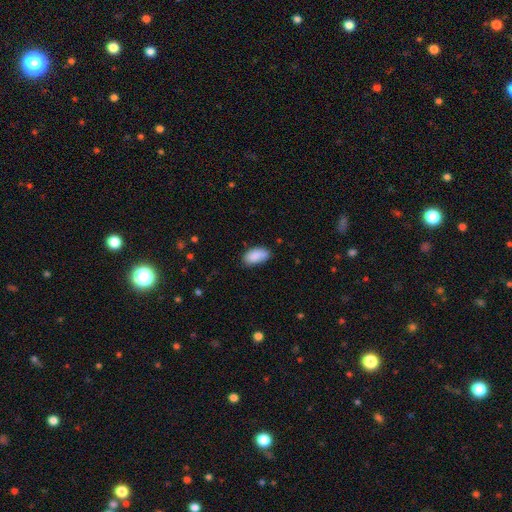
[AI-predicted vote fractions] Morphology: type=smooth (88%); roundness=in between (94%); merging=none (73%).